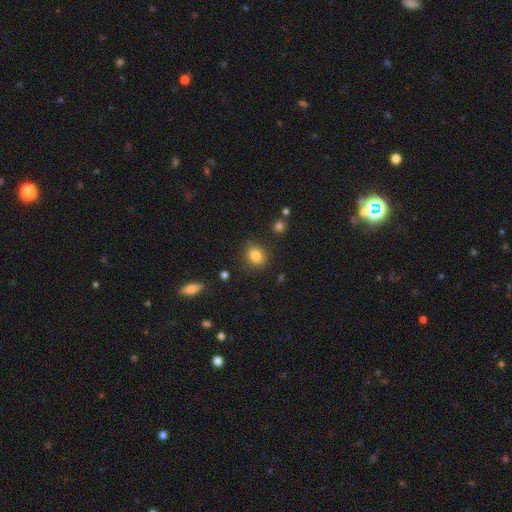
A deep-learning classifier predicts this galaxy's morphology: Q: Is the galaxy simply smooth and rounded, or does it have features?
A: smooth — 83%.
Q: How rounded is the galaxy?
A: round — 65%.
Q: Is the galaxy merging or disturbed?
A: none — 84%.